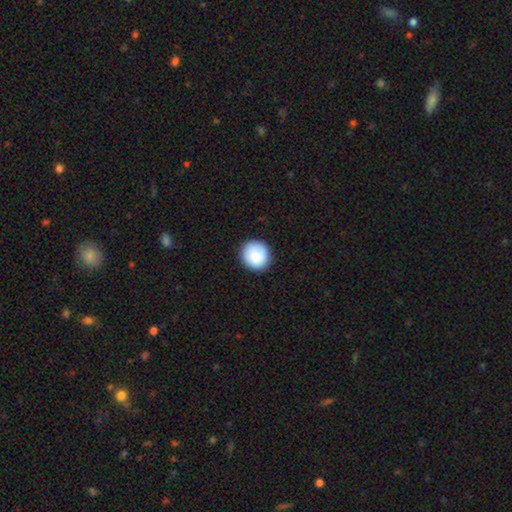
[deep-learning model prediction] smooth 89%, star or artifact 7%, featured or disk 4%. Down the decision tree: how rounded — round (90%); merging — none (90%).